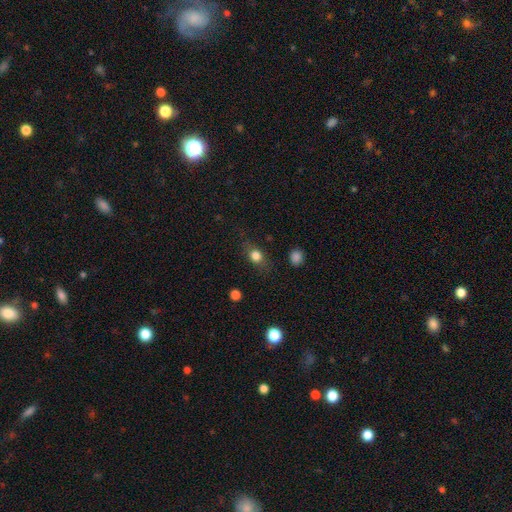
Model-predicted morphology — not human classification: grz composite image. It shows a smooth galaxy with no disk features (77%) that is in between round and cigar-shaped (55%). Merging: none (75%).